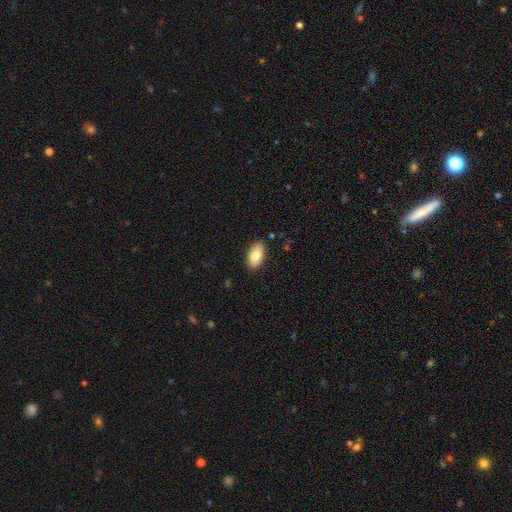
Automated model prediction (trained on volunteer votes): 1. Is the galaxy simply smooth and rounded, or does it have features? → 80% smooth, 14% featured or disk, 7% star or artifact.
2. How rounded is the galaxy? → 93% in between, 4% round, 2% cigar-shaped.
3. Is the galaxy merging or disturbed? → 87% none, 10% minor disturbance, 2% major disturbance, 1% merger.